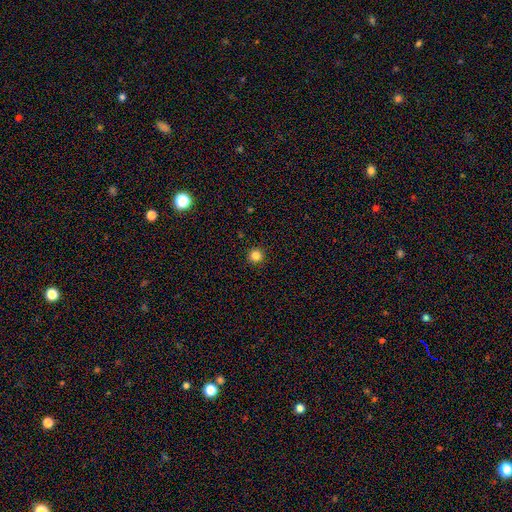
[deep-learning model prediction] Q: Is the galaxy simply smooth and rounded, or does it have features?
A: smooth — 84%.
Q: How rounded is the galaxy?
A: round — 96%.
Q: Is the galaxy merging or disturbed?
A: none — 93%.